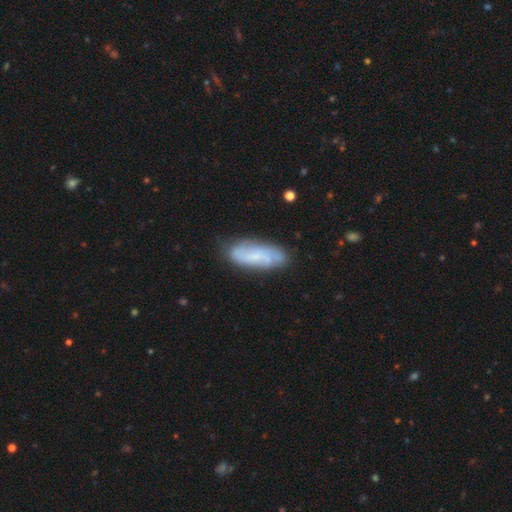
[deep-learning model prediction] Smooth or featured? featured or disk (53%)
Edge-on disk? no (88%)
Merging? none (75%)